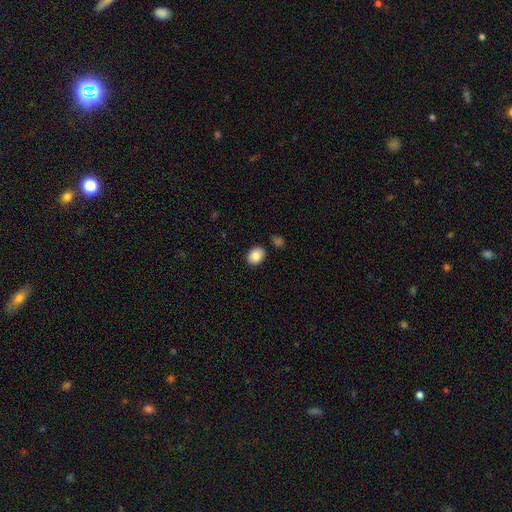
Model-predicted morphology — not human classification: Q: Smooth or featured?
A: smooth (86%); runner-up: star or artifact (8%)
Q: How rounded?
A: in between (60%); runner-up: round (39%)
Q: Merging?
A: none (86%); runner-up: minor disturbance (9%)